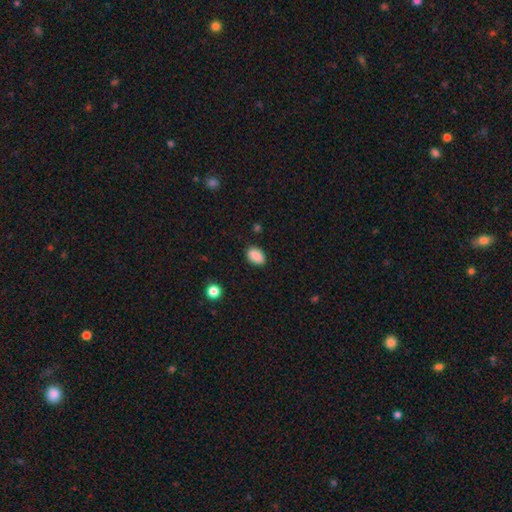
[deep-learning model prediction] Smooth or featured: smooth — 88% (star or artifact — 8%)
How rounded: in between — 85% (round — 13%)
Merging: none — 84% (minor disturbance — 12%)